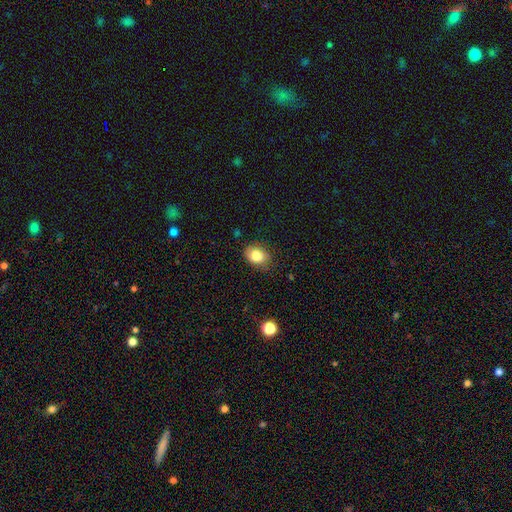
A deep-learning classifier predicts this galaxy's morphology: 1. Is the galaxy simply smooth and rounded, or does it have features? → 83% smooth, 9% star or artifact, 8% featured or disk.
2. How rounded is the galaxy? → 62% in between, 37% round, 1% cigar-shaped.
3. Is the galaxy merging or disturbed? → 76% none, 19% minor disturbance, 4% major disturbance, 1% merger.